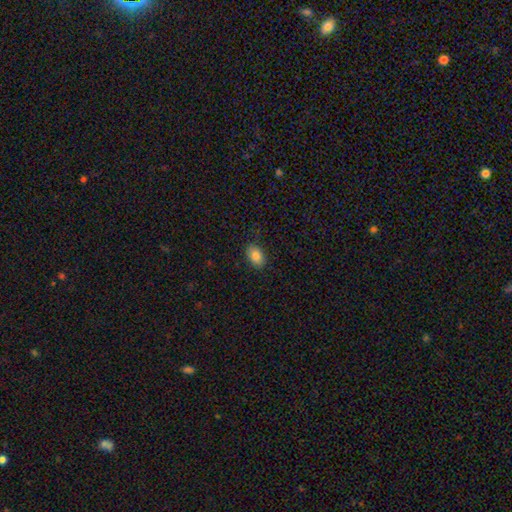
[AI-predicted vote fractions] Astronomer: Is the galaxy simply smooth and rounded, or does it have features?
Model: smooth — 85%.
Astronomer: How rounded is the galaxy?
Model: in between — 85%.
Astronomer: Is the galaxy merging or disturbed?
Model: none — 87%.